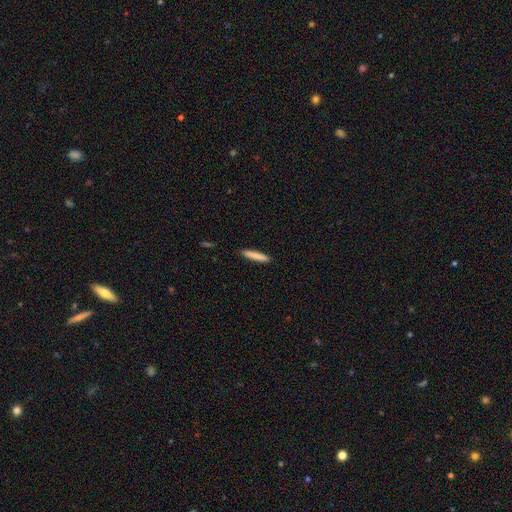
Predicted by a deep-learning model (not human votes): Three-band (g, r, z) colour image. It shows a smooth galaxy with no disk features (84%) that is cigar-shaped (93%). Merging: none (91%).